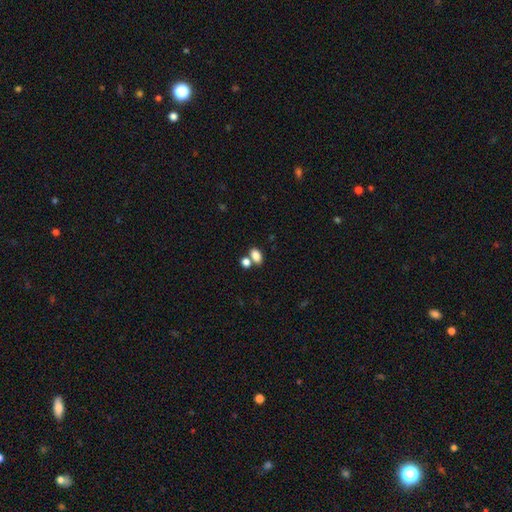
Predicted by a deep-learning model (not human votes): A smooth galaxy with no disk features (83%) that is in between round and cigar-shaped (86%). Merging: none (54%).